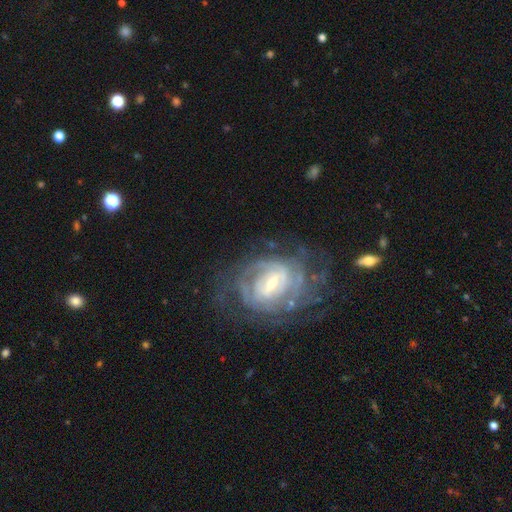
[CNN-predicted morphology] Smooth or featured: featured or disk — 72% (smooth — 14%)
Edge-on disk: no — 93% (yes — 7%)
Bar: weak — 45% (strong — 30%)
Spiral arms: yes — 85% (no — 15%)
Spiral winding: tight — 66% (medium — 26%)
Spiral arm count: can't tell — 49% (2 — 18%)
Bulge size: moderate — 48% (small — 33%)
Merging: none — 75% (minor disturbance — 14%)